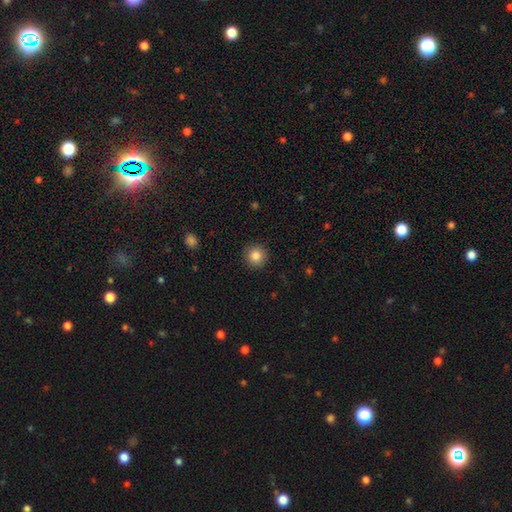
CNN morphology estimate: A smooth galaxy with no disk features (85%) that is round (94%).

Vote fractions:
- Smooth or featured? smooth: 85% / star or artifact: 10% / featured or disk: 6%
- How rounded? round: 94% / in between: 5% / cigar-shaped: 1%
- Merging? none: 92% / minor disturbance: 6% / major disturbance: 2% / merger: 1%